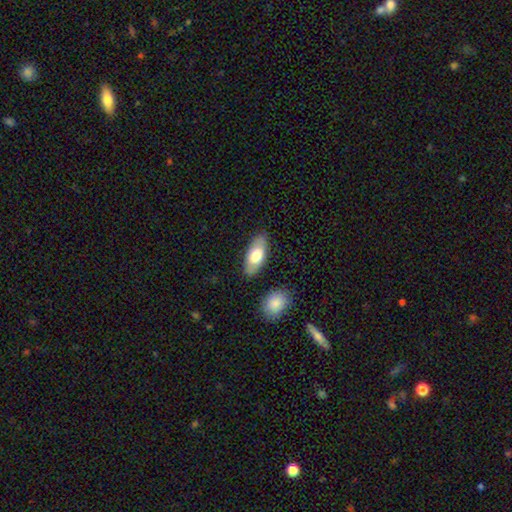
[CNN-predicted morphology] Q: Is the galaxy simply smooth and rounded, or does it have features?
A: smooth — 69%.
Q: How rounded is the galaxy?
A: in between — 87%.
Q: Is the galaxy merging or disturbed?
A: none — 84%.